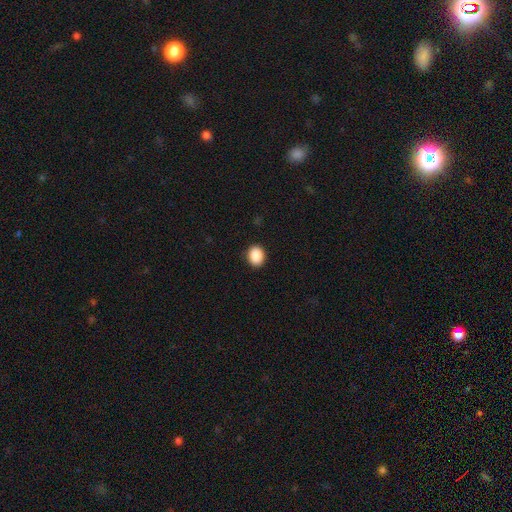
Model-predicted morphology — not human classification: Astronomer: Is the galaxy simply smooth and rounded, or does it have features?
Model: smooth — 89%.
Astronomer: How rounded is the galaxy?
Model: round — 51% (runner-up: in between, 48%).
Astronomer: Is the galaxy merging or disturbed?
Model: none — 90%.